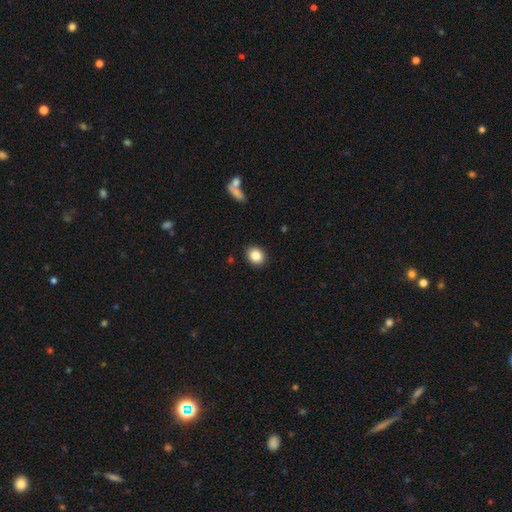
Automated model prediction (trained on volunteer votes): A smooth galaxy with no disk features (85%) that is round (59%).

Vote fractions:
- Smooth or featured? smooth: 85% / star or artifact: 9% / featured or disk: 6%
- How rounded? round: 59% / in between: 40% / cigar-shaped: 1%
- Merging? none: 90% / minor disturbance: 7% / major disturbance: 2% / merger: 1%